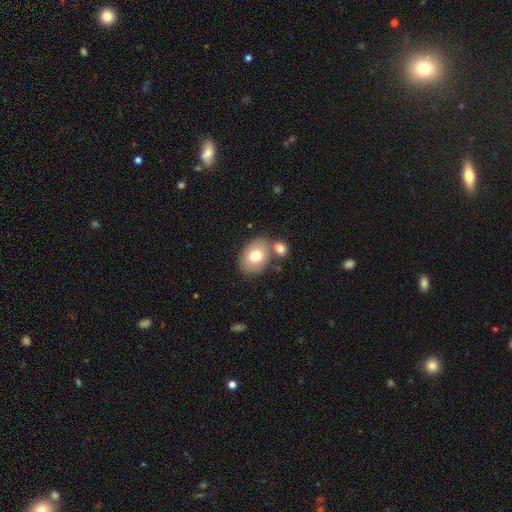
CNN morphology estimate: This is likely a smooth galaxy (74%). How rounded: likely in between (74%). Merging: likely none (65%).